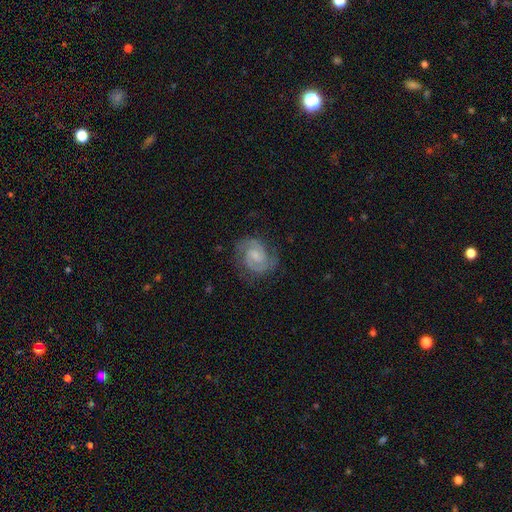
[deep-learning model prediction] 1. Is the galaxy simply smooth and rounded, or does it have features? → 89% featured or disk, 6% smooth, 5% star or artifact.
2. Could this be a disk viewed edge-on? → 98% no, 2% yes.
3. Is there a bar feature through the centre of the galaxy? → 50% weak, 39% no, 10% strong.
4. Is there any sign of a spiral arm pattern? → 98% yes, 2% no.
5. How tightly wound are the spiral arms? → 50% medium, 42% tight, 8% loose.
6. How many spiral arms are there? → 92% 2, 3% can't tell, 2% 3, 1% 1, 1% 4, 1% more than 4.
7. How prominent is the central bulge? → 57% small, 26% moderate, 14% none, 2% large, 1% dominant.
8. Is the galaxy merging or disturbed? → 80% none, 15% minor disturbance, 5% major disturbance, 1% merger.